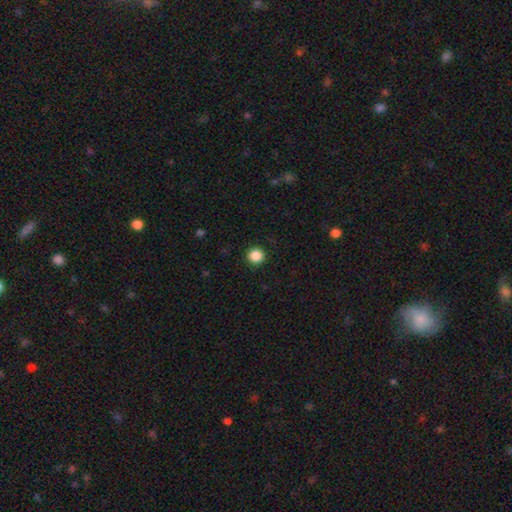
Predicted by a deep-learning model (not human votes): This is clearly a smooth galaxy (87%). How rounded: clearly round (94%). Merging: clearly none (92%).